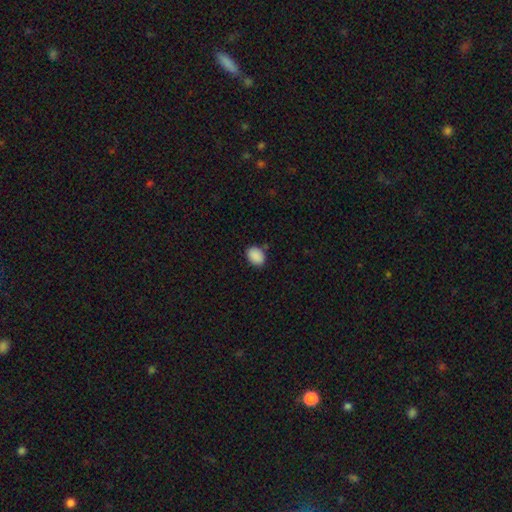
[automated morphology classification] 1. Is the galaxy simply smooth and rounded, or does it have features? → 89% smooth, 8% star or artifact, 3% featured or disk.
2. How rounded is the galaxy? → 70% in between, 29% round, 1% cigar-shaped.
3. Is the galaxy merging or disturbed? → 82% none, 12% minor disturbance, 3% major disturbance, 2% merger.